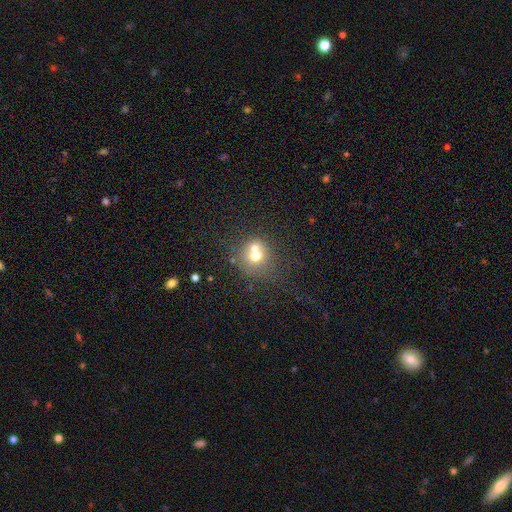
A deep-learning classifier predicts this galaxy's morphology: Smooth or featured?
  - smooth: 63% *
  - featured or disk: 24%
  - star or artifact: 14%
How rounded?
  - round: 83% *
  - in between: 16%
  - cigar-shaped: 1%
Merging?
  - merger: 54% *
  - none: 35%
  - minor disturbance: 7%
  - major disturbance: 4%